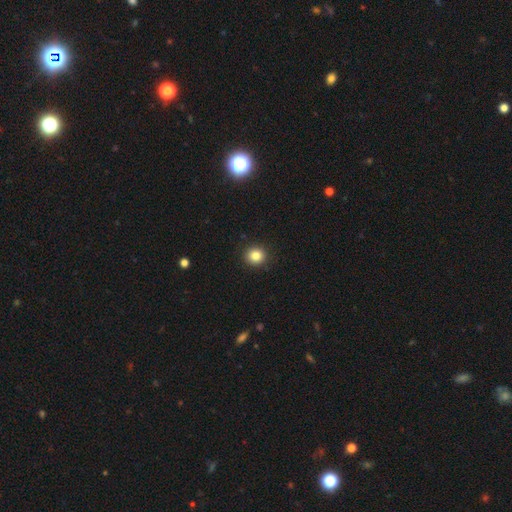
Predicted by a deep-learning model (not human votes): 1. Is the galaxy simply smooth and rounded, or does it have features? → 84% smooth, 11% star or artifact, 5% featured or disk.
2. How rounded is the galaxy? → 89% round, 10% in between, 1% cigar-shaped.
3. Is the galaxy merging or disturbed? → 91% none, 6% minor disturbance, 2% major disturbance, 1% merger.